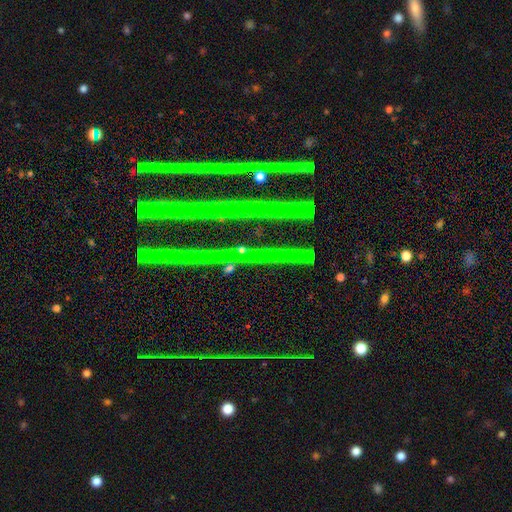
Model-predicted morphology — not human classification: Smooth or featured?
  - star or artifact: 79% *
  - featured or disk: 15%
  - smooth: 7%